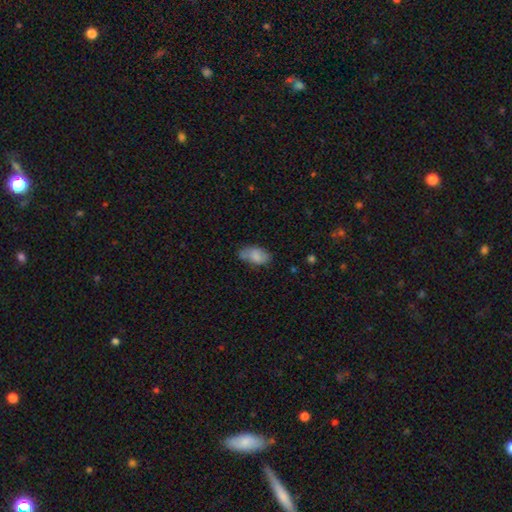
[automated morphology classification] This is likely a smooth galaxy (78%). How rounded: clearly in between (93%). Merging: possibly none (58%).